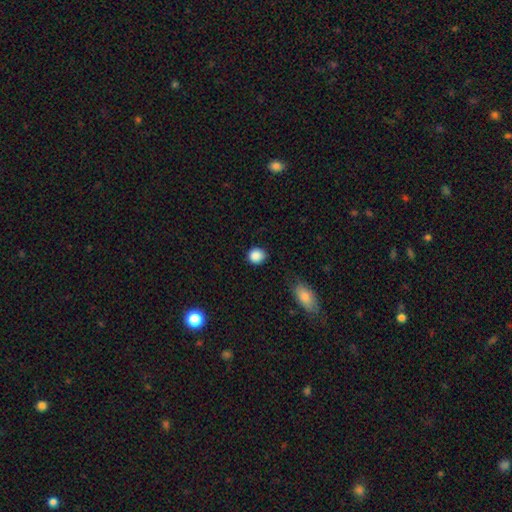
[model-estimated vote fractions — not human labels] The model was most divided on "how rounded": round: 83%, in between: 16%, cigar-shaped: 1%. More confident: smooth or featured — smooth (88%); merging — none (86%).